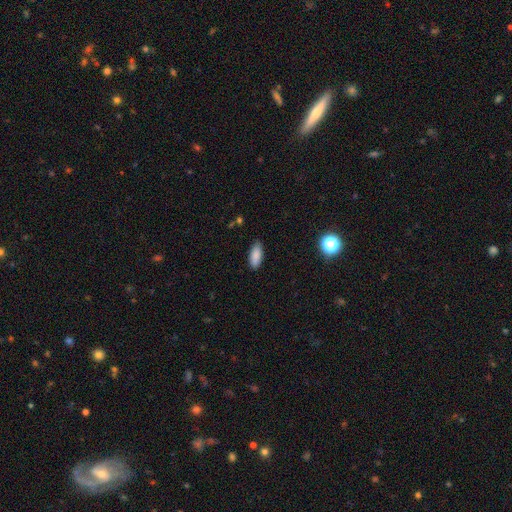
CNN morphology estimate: This appears to be a smooth galaxy with no disk features (88%) that is in between round and cigar-shaped (83%). Merging: none (84%).